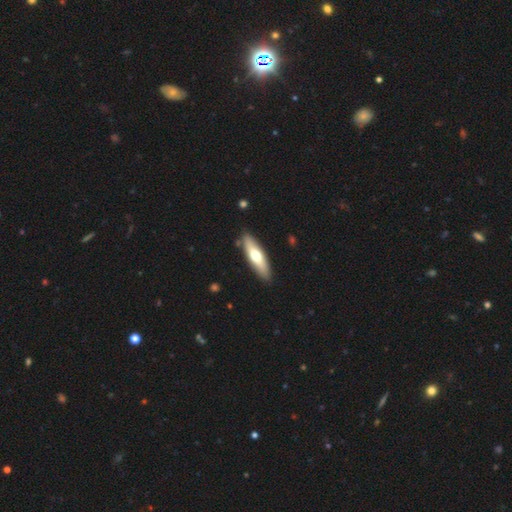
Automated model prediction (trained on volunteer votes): Smooth or featured? Predicted: smooth (p=0.57). How rounded? Predicted: cigar-shaped (p=0.60). Merging? Predicted: none (p=0.88).